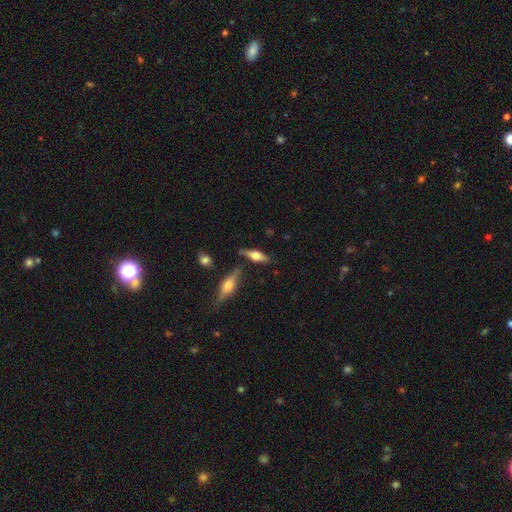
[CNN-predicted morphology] Smooth or featured?
  - featured or disk: 50% *
  - smooth: 43%
  - star or artifact: 7%
Merging?
  - none: 72% *
  - minor disturbance: 14%
  - merger: 10%
  - major disturbance: 4%